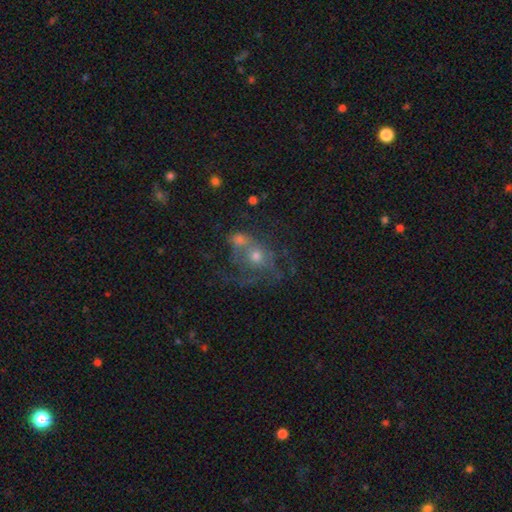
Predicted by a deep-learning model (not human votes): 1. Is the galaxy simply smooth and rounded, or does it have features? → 59% featured or disk, 22% smooth, 19% star or artifact.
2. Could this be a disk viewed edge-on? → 96% no, 4% yes.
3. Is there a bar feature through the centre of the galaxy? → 80% no, 16% weak, 4% strong.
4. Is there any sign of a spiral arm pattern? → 64% yes, 36% no.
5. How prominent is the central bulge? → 57% moderate, 31% small, 6% large, 4% none, 2% dominant.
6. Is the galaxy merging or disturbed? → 37% merger, 32% none, 18% major disturbance, 13% minor disturbance.